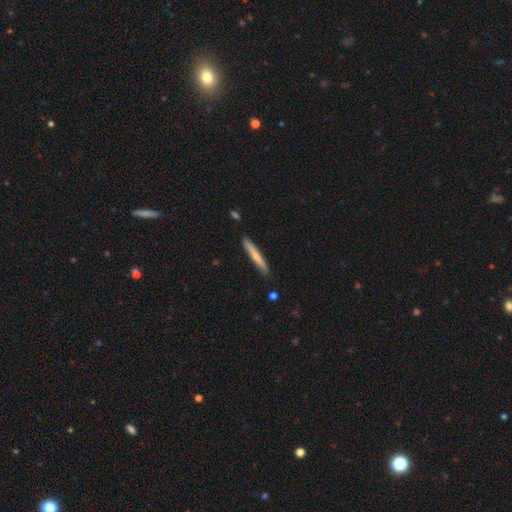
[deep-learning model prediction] A smooth galaxy with no disk features (62%) that is cigar-shaped (95%).

Vote fractions:
- Smooth or featured? smooth: 62% / featured or disk: 33% / star or artifact: 5%
- How rounded? cigar-shaped: 95% / in between: 4% / round: 1%
- Merging? none: 88% / minor disturbance: 9% / merger: 2% / major disturbance: 2%